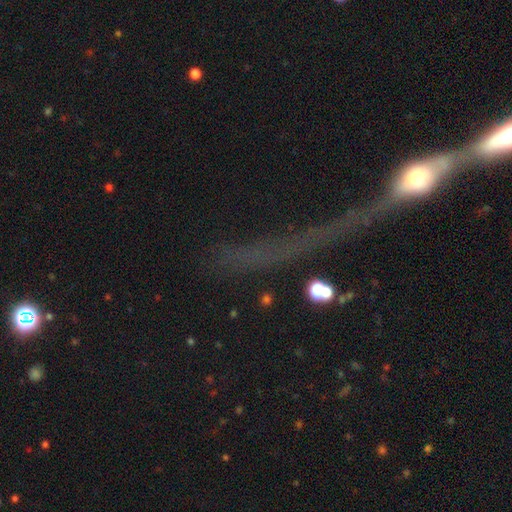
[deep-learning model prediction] smooth_or_featured: star or artifact (p=0.47) [alt: featured or disk p=0.29]